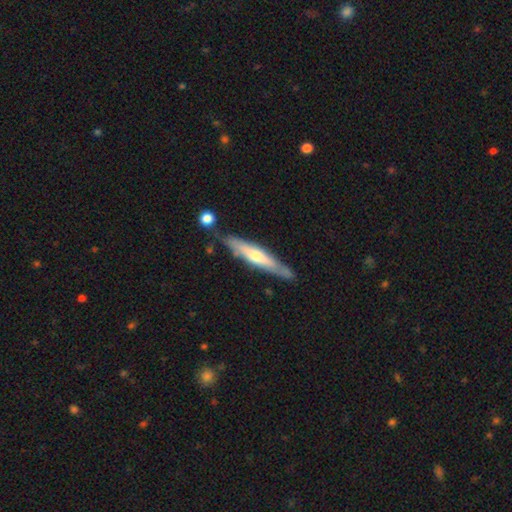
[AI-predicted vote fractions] Morphology: type=featured or disk (57%); edge-on=yes (87%); merging=none (76%).